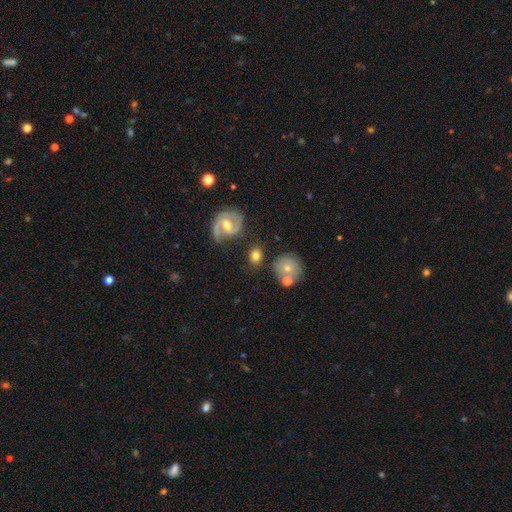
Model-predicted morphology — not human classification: A smooth galaxy with no disk features (65%) that is round (58%). Merging: none (69%).